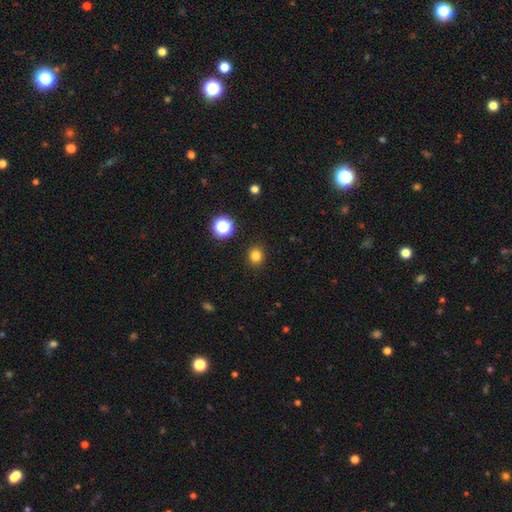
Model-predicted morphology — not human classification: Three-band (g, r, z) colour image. It shows a smooth galaxy with no disk features (81%) that is round (83%). Merging: none (91%).